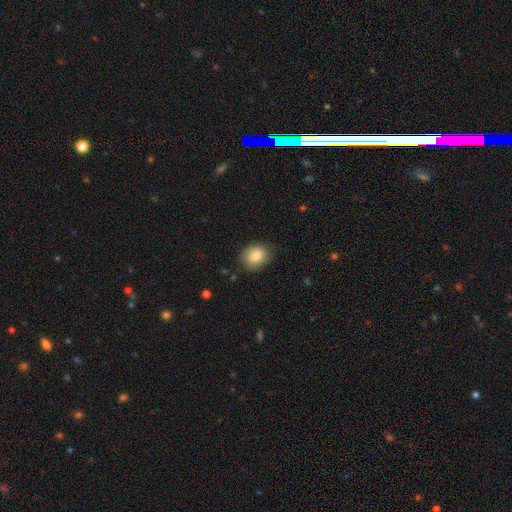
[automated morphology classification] smooth 83%, featured or disk 8%, star or artifact 8%. Down the decision tree: how rounded — round (50%); merging — none (77%).